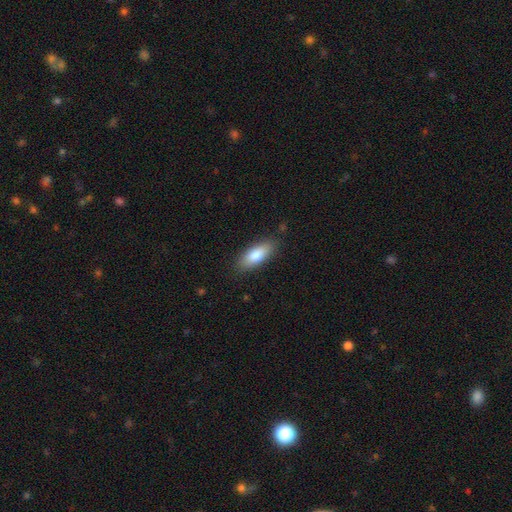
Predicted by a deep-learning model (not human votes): A smooth galaxy with no disk features (78%) that is in between round and cigar-shaped (71%). Merging: none (85%).